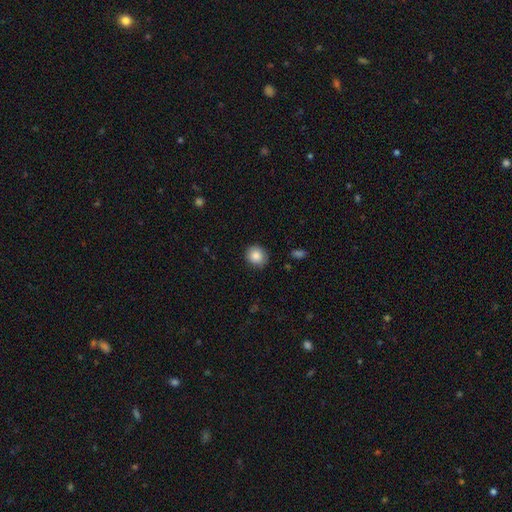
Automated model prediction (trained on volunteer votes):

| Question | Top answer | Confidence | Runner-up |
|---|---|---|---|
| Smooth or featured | smooth | 86% | star or artifact (8%) |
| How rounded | round | 83% | in between (16%) |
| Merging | none | 88% | minor disturbance (9%) |